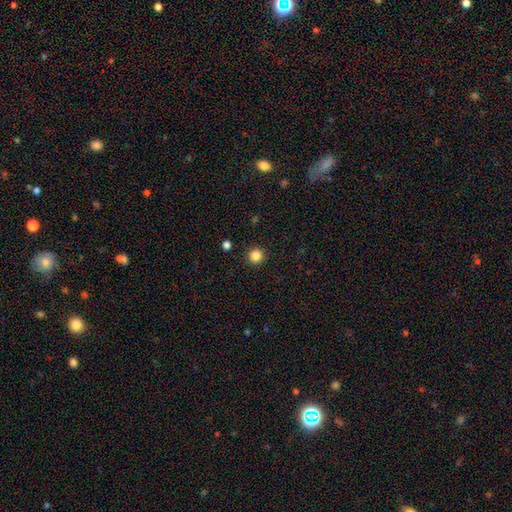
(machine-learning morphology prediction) smooth 84%, star or artifact 12%, featured or disk 4%. Down the decision tree: how rounded — round (95%); merging — none (92%).